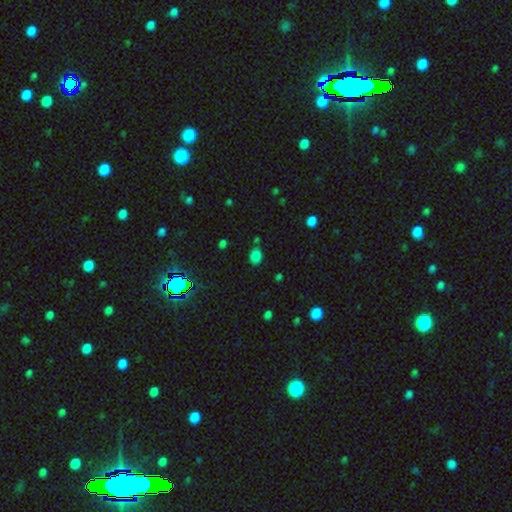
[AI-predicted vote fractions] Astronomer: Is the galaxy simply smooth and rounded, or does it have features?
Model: smooth — 75%.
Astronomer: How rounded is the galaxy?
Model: in between — 63%.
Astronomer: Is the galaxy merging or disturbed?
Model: none — 70%.